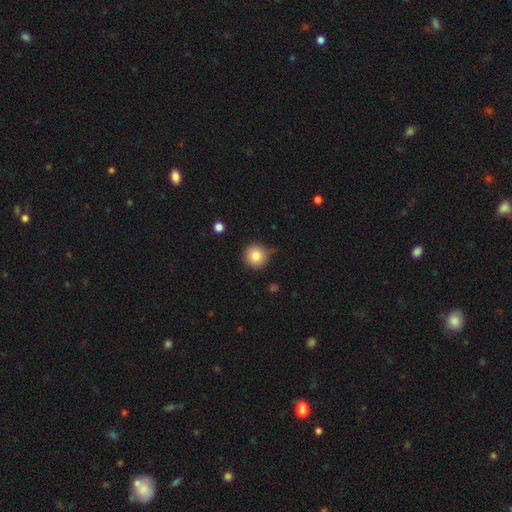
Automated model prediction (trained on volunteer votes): Smooth or featured? smooth (84%)
How rounded? round (94%)
Merging? none (80%)